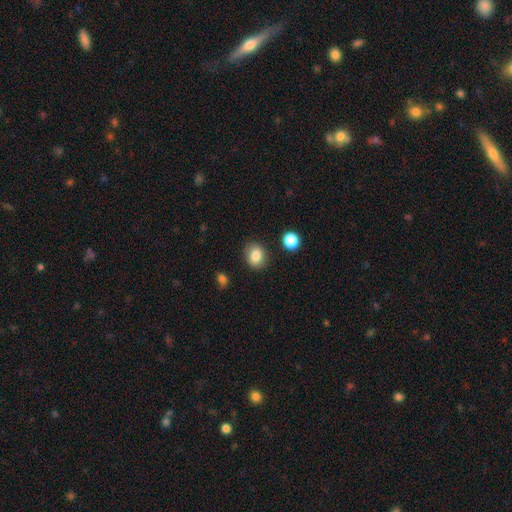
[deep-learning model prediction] smooth_or_featured: smooth (p=0.84) [alt: star or artifact p=0.09]
how_rounded: round (p=0.57) [alt: in between p=0.42]
merging: none (p=0.83) [alt: minor disturbance p=0.11]